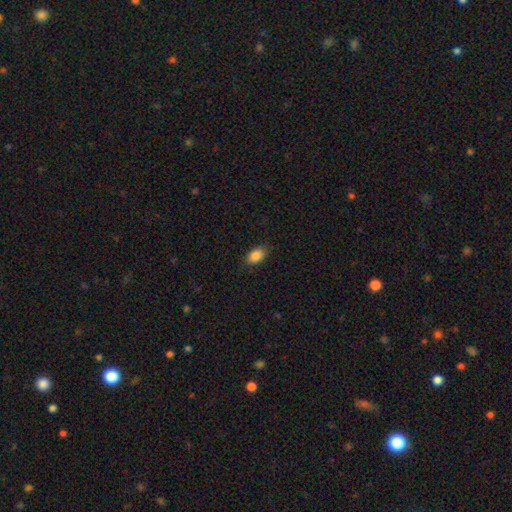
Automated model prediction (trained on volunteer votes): Smooth or featured: smooth — 87% (star or artifact — 8%)
How rounded: in between — 88% (round — 9%)
Merging: none — 85% (minor disturbance — 12%)